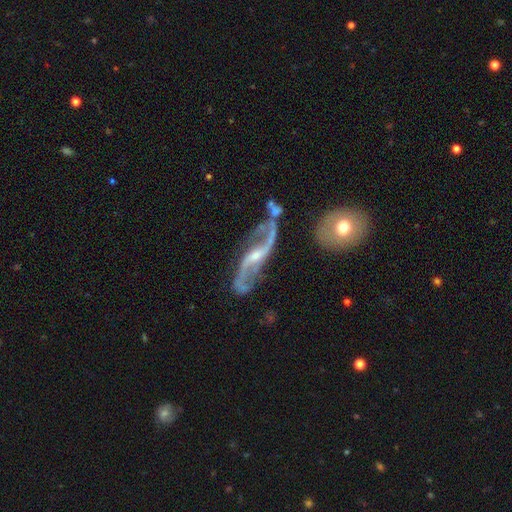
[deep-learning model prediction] Smooth or featured? featured or disk (90%)
Edge-on disk? no (89%)
Bar? weak (40%)
Spiral arms? yes (96%)
Spiral winding? loose (76%)
Spiral arm count? 2 (92%)
Bulge size? small (62%)
Merging? none (57%)